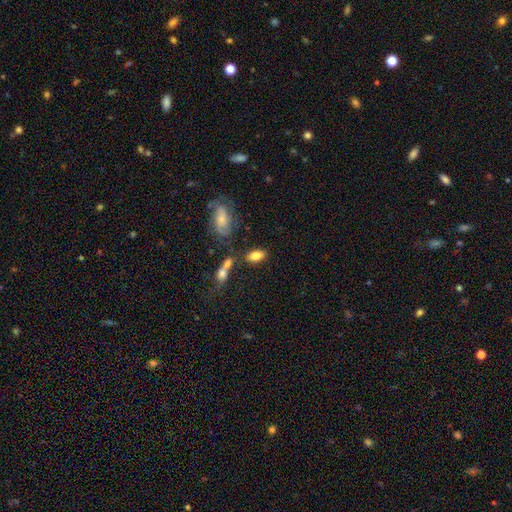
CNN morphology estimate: type=smooth (80%); roundness=in between (89%); merging=none (70%).